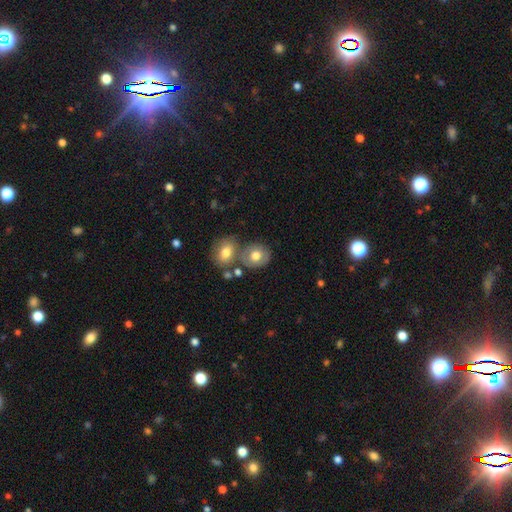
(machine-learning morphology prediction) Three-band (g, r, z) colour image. It shows a smooth galaxy with no disk features (72%) that is round (62%). Merging: none (49%).